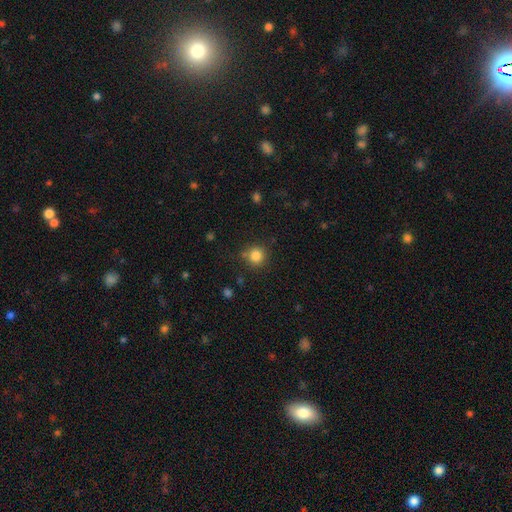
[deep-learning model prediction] Smooth or featured?
  - smooth: 83% *
  - star or artifact: 12%
  - featured or disk: 5%
How rounded?
  - round: 92% *
  - in between: 7%
  - cigar-shaped: 1%
Merging?
  - none: 79% *
  - minor disturbance: 12%
  - merger: 5%
  - major disturbance: 4%